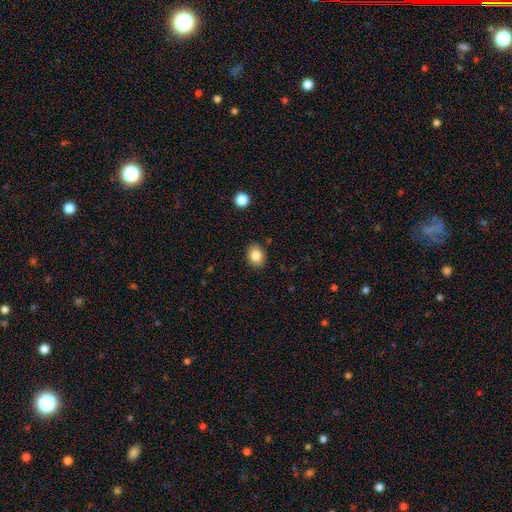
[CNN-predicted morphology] type=smooth (84%); roundness=in between (61%); merging=none (87%).